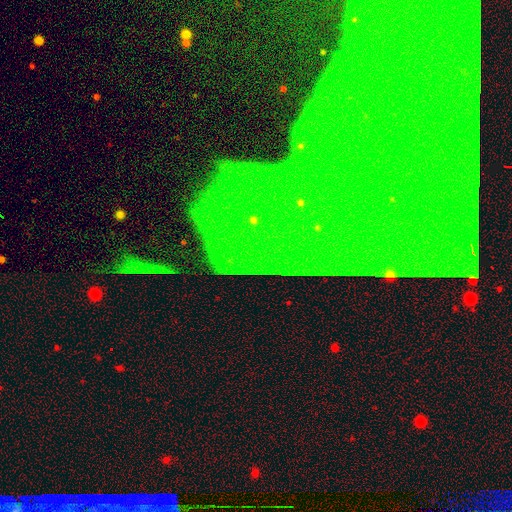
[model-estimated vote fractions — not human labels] A star or artifact, not a galaxy (79%).

Vote fractions:
- Smooth or featured? star or artifact: 79% / featured or disk: 11% / smooth: 9%